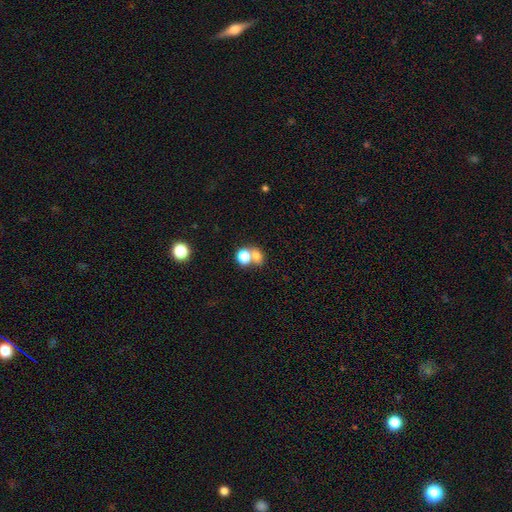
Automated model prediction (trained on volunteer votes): smooth_or_featured: smooth (p=0.72) [alt: star or artifact p=0.16]
how_rounded: round (p=0.52) [alt: in between p=0.47]
merging: merger (p=0.50) [alt: none p=0.38]